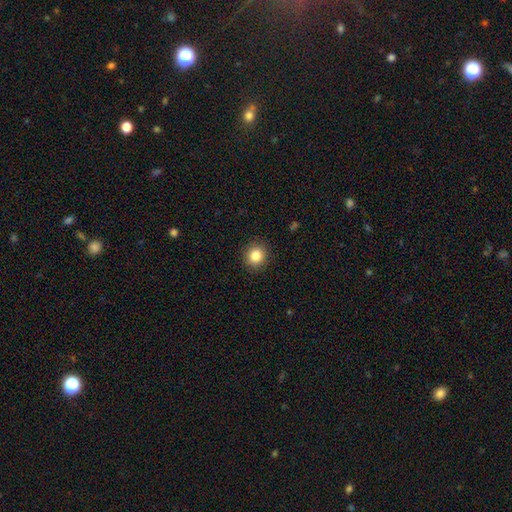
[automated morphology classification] Smooth or featured: smooth — 85% (star or artifact — 10%)
How rounded: round — 88% (in between — 11%)
Merging: none — 91% (minor disturbance — 6%)